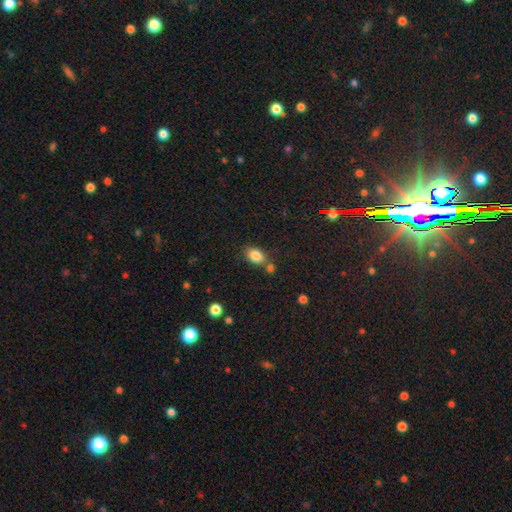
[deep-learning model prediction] Smooth or featured? smooth (84%)
How rounded? in between (80%)
Merging? none (66%)